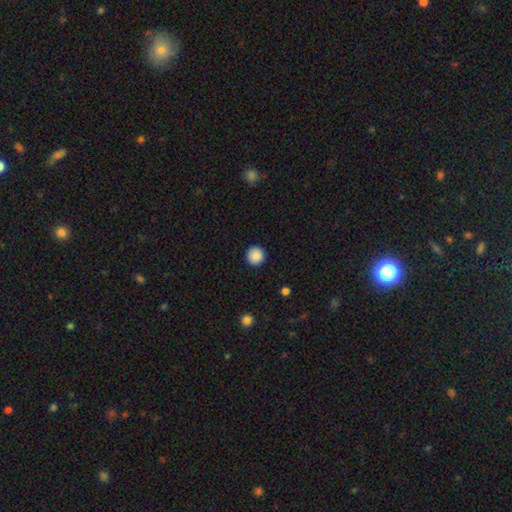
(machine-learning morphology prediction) This is clearly a smooth galaxy (89%). How rounded: clearly round (95%). Merging: clearly none (92%).